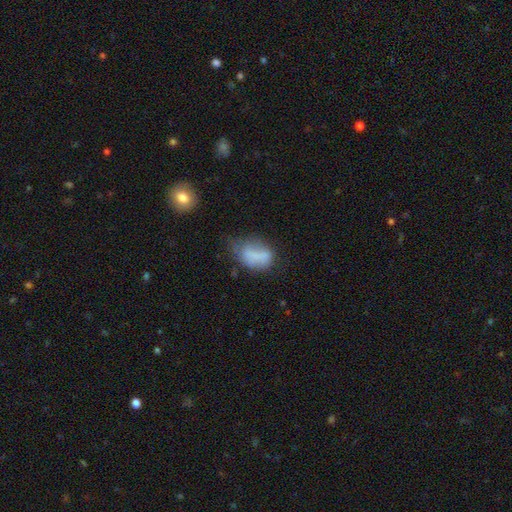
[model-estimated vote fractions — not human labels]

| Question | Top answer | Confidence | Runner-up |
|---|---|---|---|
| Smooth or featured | smooth | 69% | featured or disk (21%) |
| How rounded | in between | 83% | round (14%) |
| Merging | minor disturbance | 36% | none (34%) |